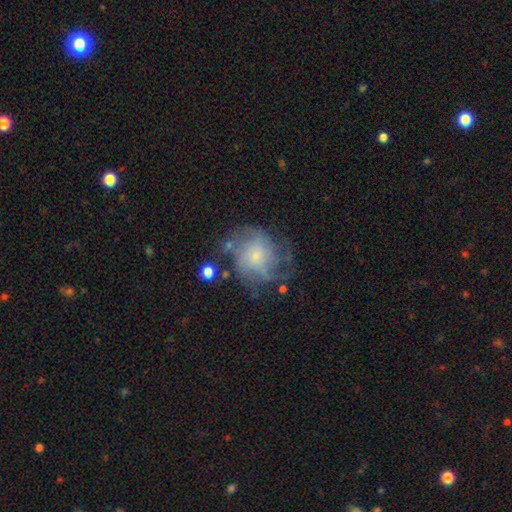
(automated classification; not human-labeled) The model was most divided on "spiral winding": medium: 40%, tight: 38%, loose: 22%. Remaining: edge-on disk — no (98%); spiral arms — yes (84%); bar — no (75%); smooth or featured — featured or disk (65%); bulge size — small (62%); merging — none (53%); spiral arm count — can't tell (41%).